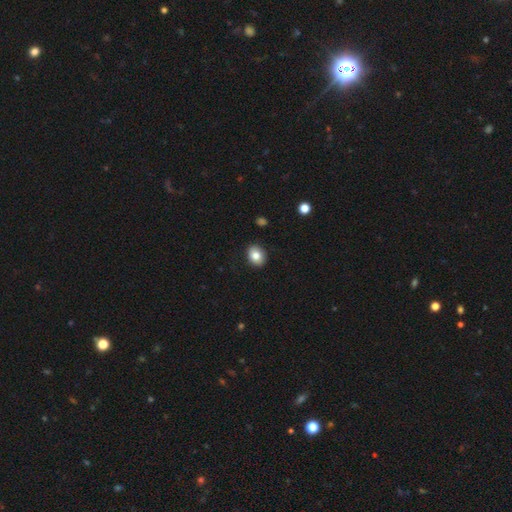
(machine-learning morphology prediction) Overall: smooth (82%). How rounded: in between (52%; round 47%). Merging: none (89%).